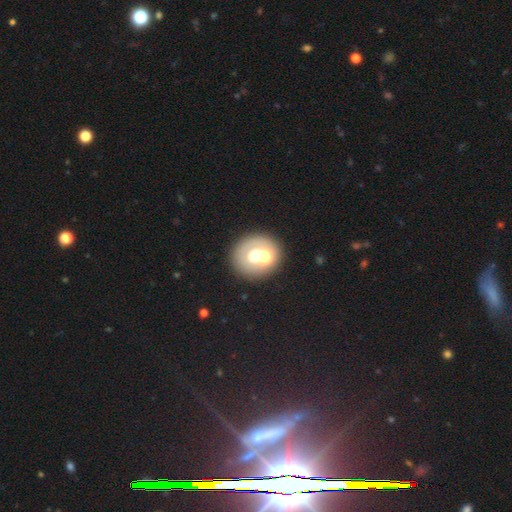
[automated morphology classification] Q: Smooth or featured?
A: smooth (53%); runner-up: featured or disk (33%)
Q: How rounded?
A: round (81%); runner-up: in between (18%)
Q: Merging?
A: none (61%); runner-up: merger (22%)